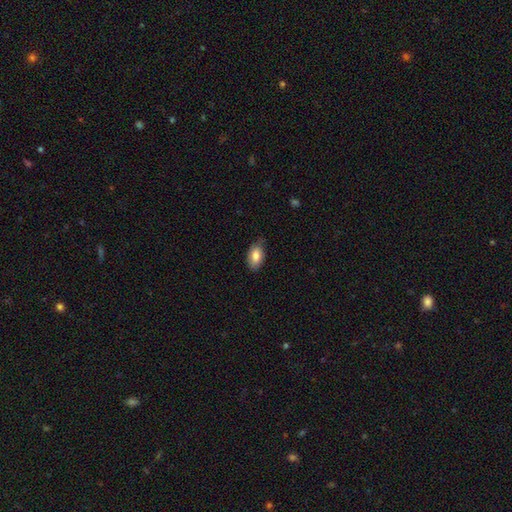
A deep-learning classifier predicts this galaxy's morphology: Smooth or featured? smooth (82%)
How rounded? in between (93%)
Merging? none (71%)